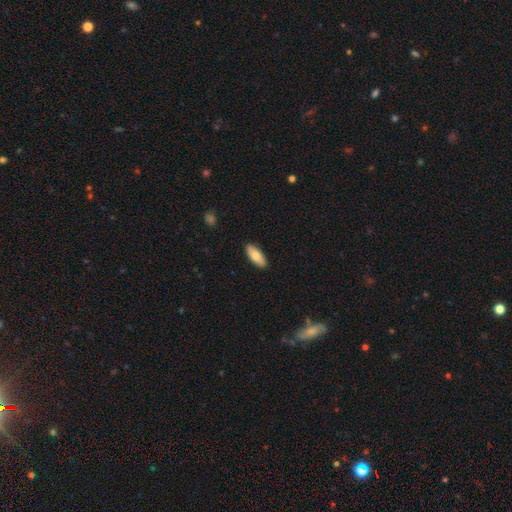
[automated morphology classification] Smooth or featured: smooth — 77% (featured or disk — 17%)
How rounded: in between — 82% (cigar-shaped — 16%)
Merging: none — 90% (minor disturbance — 8%)